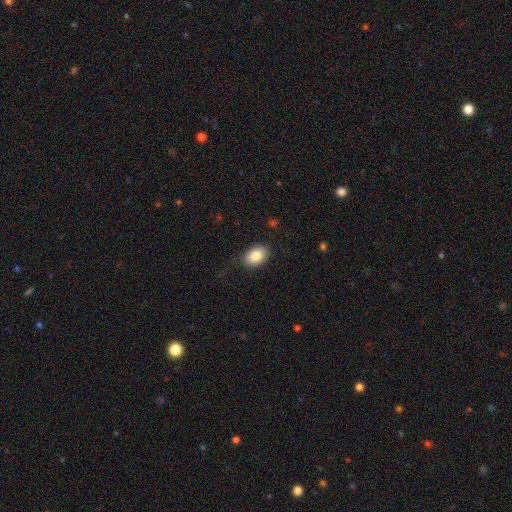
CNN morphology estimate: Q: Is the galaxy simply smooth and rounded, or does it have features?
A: smooth — 85%.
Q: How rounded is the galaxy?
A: in between — 87%.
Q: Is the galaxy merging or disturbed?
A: none — 82%.